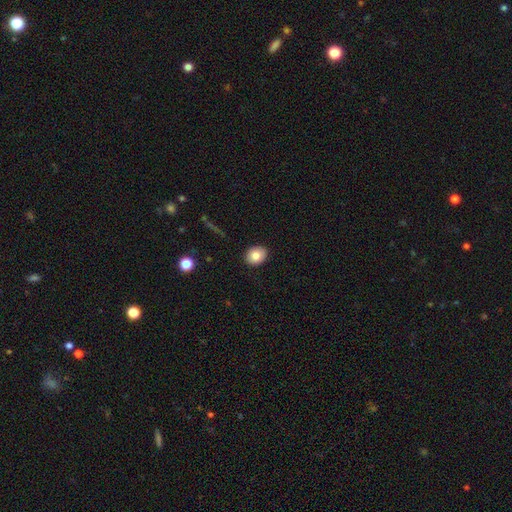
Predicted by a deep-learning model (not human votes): Q: Smooth or featured?
A: smooth (83%); runner-up: featured or disk (9%)
Q: How rounded?
A: in between (52%); runner-up: round (47%)
Q: Merging?
A: none (90%); runner-up: minor disturbance (7%)